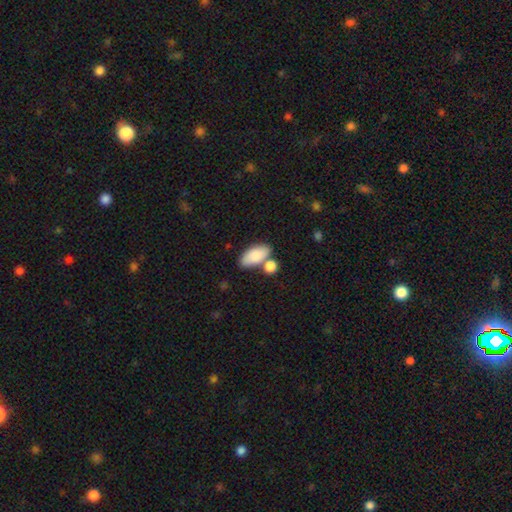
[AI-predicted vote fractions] smooth_or_featured: smooth (p=0.84) [alt: featured or disk p=0.09]
how_rounded: in between (p=0.91) [alt: cigar-shaped p=0.05]
merging: none (p=0.56) [alt: merger p=0.26]